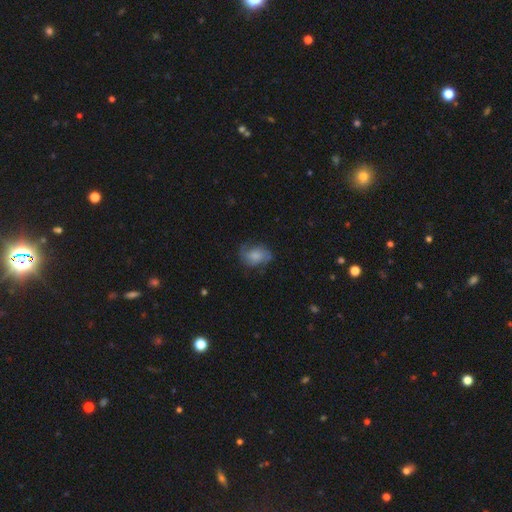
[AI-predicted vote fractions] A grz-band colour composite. It shows a smooth galaxy with no disk features (56%) that is in between round and cigar-shaped (71%). Merging: none (59%).